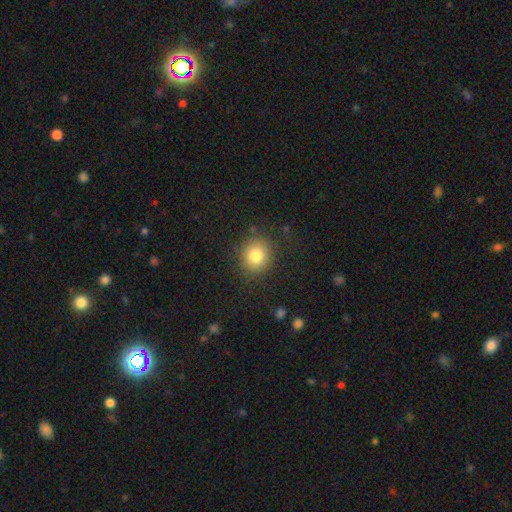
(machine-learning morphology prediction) Smooth or featured? Predicted: smooth (p=0.81). How rounded? Predicted: round (p=0.80). Merging? Predicted: none (p=0.86).